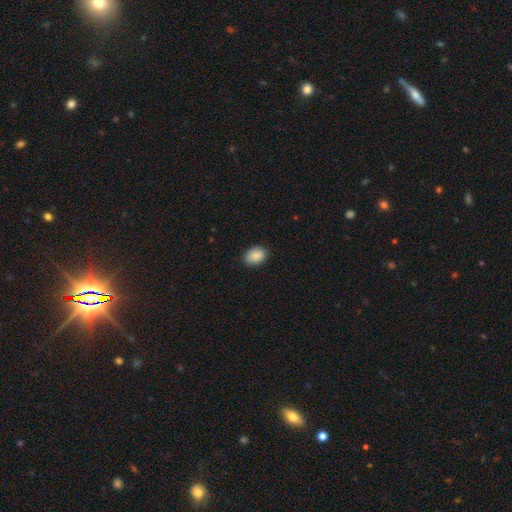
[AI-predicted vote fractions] smooth-or-featured: smooth: 89% | star or artifact: 7% | featured or disk: 4%
  how-rounded: in between: 74% | round: 25% | cigar-shaped: 1%
  merging: none: 87% | minor disturbance: 10% | major disturbance: 2% | merger: 1%